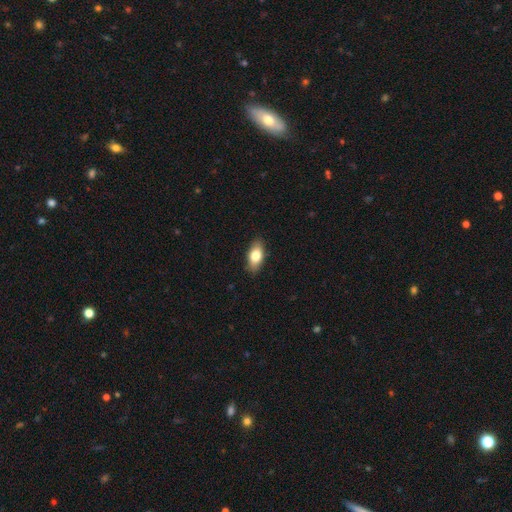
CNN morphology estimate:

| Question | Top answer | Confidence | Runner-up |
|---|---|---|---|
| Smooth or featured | smooth | 77% | featured or disk (17%) |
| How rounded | in between | 87% | cigar-shaped (8%) |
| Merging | none | 87% | minor disturbance (10%) |